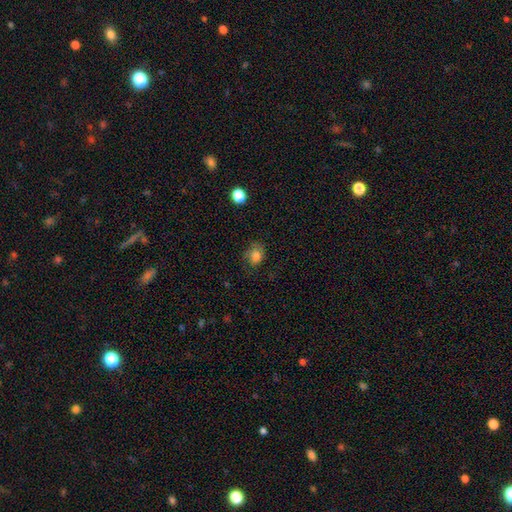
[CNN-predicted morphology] Overall: smooth (76%). How rounded: in between (57%; round 42%). Merging: none (57%; minor disturbance 26%).